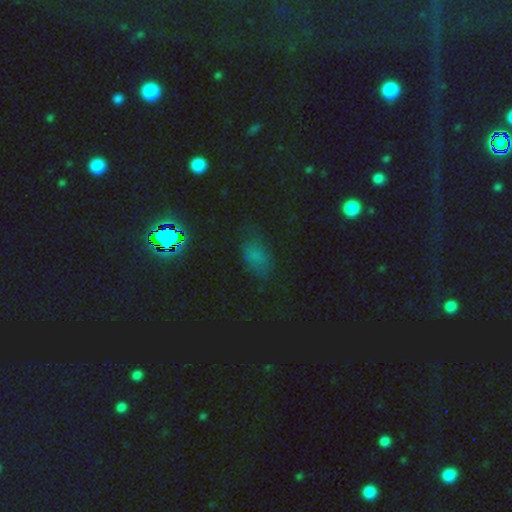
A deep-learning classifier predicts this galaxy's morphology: A smooth galaxy with no disk features (51%) that is in between round and cigar-shaped (79%).

Vote fractions:
- Smooth or featured? smooth: 51% / star or artifact: 39% / featured or disk: 10%
- How rounded? in between: 79% / round: 17% / cigar-shaped: 4%
- Merging? none: 72% / minor disturbance: 18% / major disturbance: 7% / merger: 3%